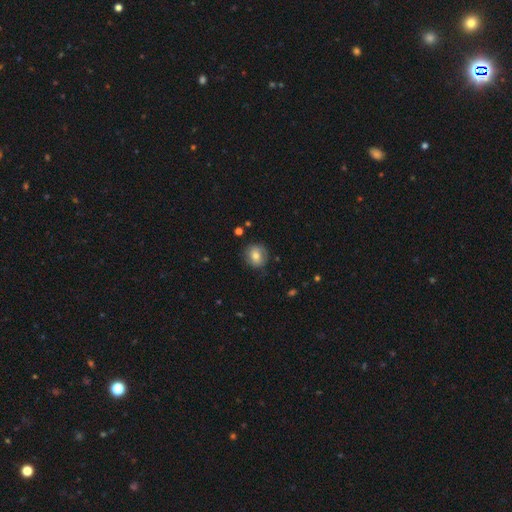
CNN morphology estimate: The model was most divided on "smooth or featured": smooth: 73%, featured or disk: 18%, star or artifact: 9%. More confident: how rounded — round (79%); merging — none (78%).